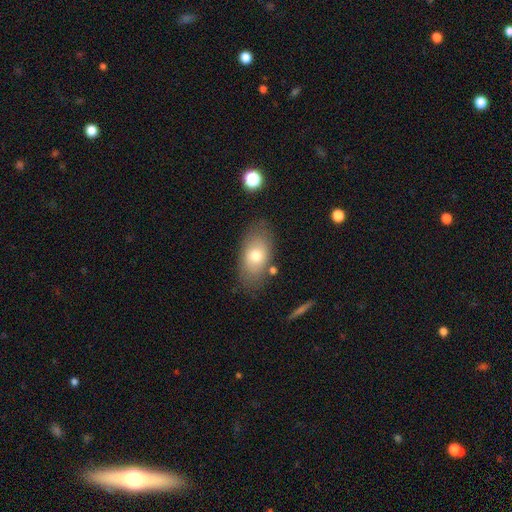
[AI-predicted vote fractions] Smooth or featured? Predicted: smooth (p=0.69). How rounded? Predicted: in between (p=0.90). Merging? Predicted: none (p=0.76).